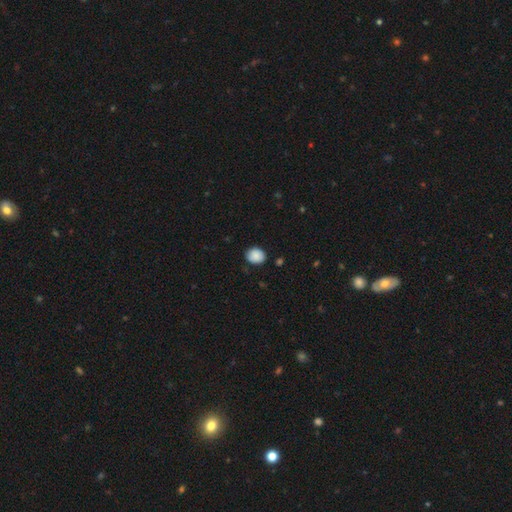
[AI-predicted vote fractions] Smooth or featured? smooth (86%)
How rounded? in between (51%)
Merging? none (78%)